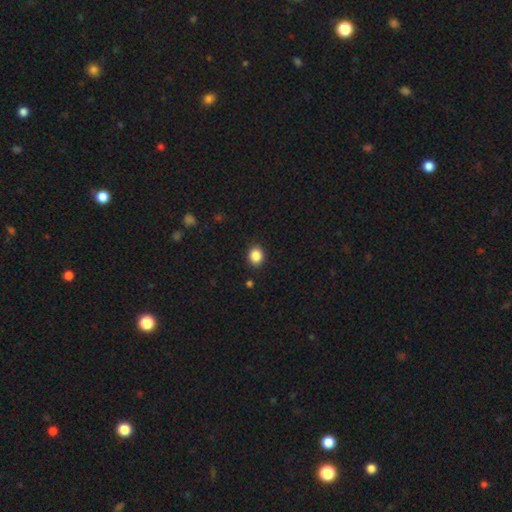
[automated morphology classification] A smooth galaxy with no disk features (86%) that is round (68%). Merging: none (89%).